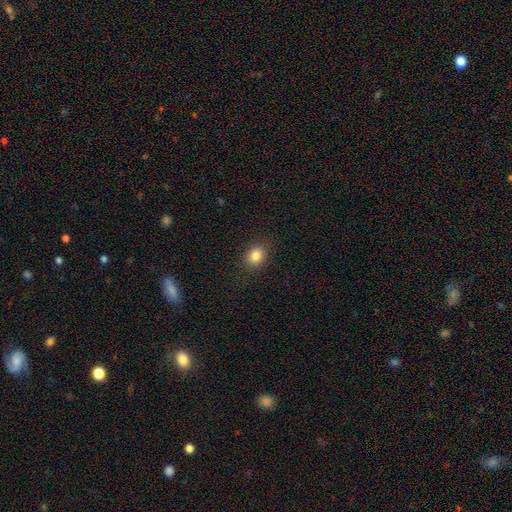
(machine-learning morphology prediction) smooth_or_featured: smooth (p=0.84) [alt: star or artifact p=0.10]
how_rounded: in between (p=0.51) [alt: round p=0.48]
merging: none (p=0.88) [alt: minor disturbance p=0.09]